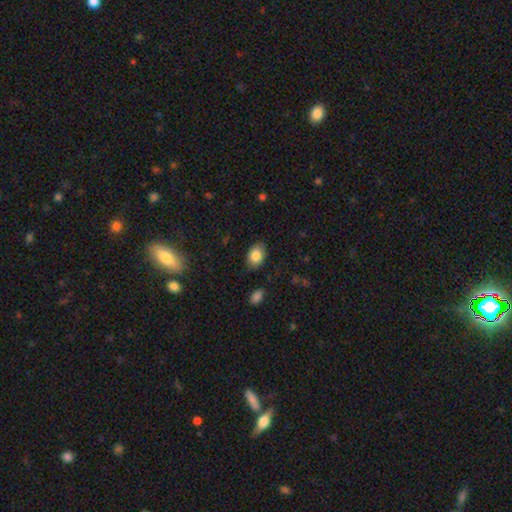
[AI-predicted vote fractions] smooth 84%, featured or disk 8%, star or artifact 8%. Down the decision tree: how rounded — in between (82%); merging — none (83%).